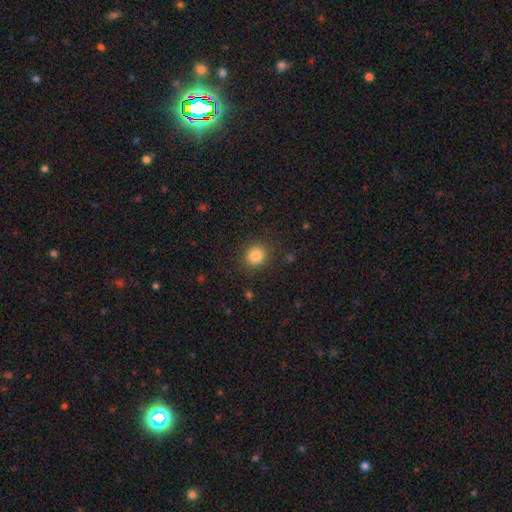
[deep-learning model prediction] A smooth galaxy with no disk features (84%) that is round (79%).

Vote fractions:
- Smooth or featured? smooth: 84% / star or artifact: 11% / featured or disk: 5%
- How rounded? round: 79% / in between: 20% / cigar-shaped: 1%
- Merging? none: 88% / minor disturbance: 8% / major disturbance: 3% / merger: 1%